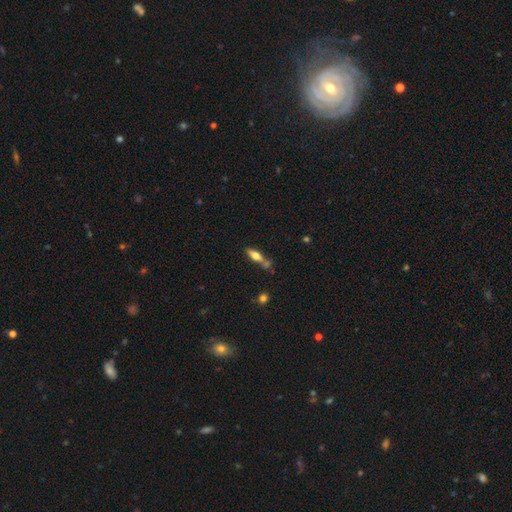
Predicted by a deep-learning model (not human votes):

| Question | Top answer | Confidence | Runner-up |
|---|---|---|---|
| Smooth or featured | smooth | 51% | featured or disk (42%) |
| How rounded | cigar-shaped | 58% | in between (39%) |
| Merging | none | 58% | minor disturbance (18%) |